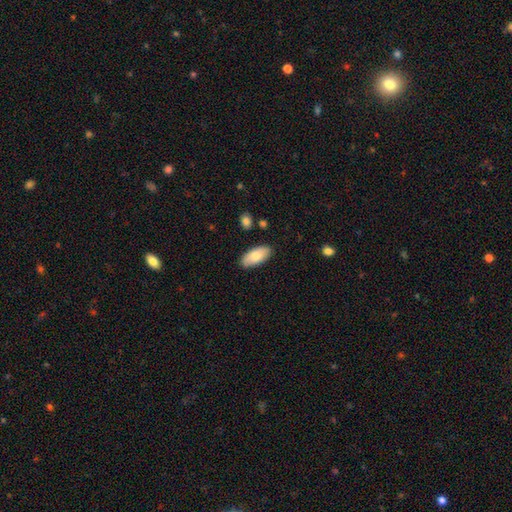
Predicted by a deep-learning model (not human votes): Q: Smooth or featured?
A: smooth (78%); runner-up: featured or disk (17%)
Q: How rounded?
A: in between (92%); runner-up: cigar-shaped (6%)
Q: Merging?
A: none (86%); runner-up: minor disturbance (11%)